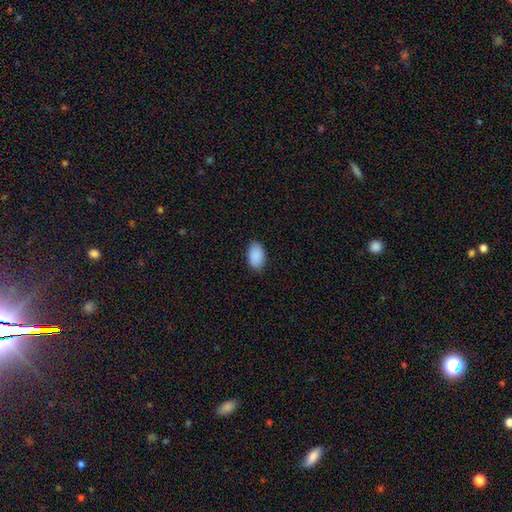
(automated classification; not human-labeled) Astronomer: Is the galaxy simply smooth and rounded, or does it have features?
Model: smooth — 91%.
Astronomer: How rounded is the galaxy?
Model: in between — 93%.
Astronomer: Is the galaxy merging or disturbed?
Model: none — 86%.